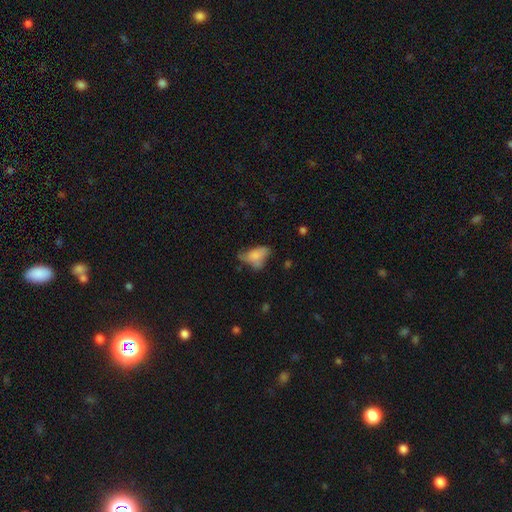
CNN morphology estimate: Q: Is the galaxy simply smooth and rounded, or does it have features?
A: smooth — 68%.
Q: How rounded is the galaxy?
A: in between — 88%.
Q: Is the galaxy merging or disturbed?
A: minor disturbance — 32%.